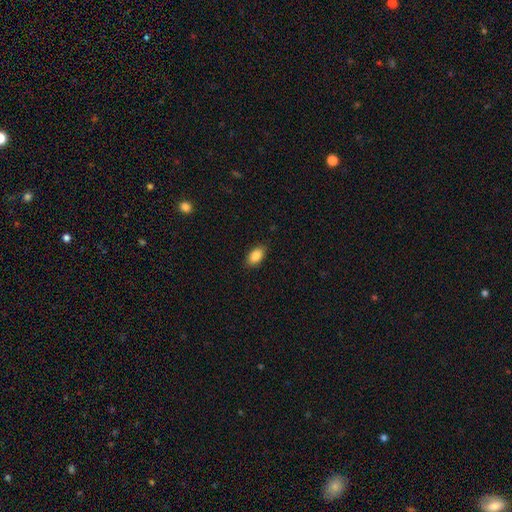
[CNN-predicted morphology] This appears to be a smooth galaxy with no disk features (89%) that is in between round and cigar-shaped (92%). Merging: none (87%).